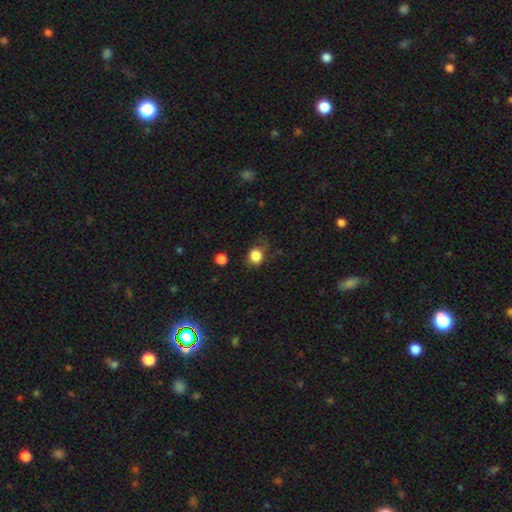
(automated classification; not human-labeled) The model was most divided on "merging": none: 60%, minor disturbance: 26%, major disturbance: 11%, merger: 3%. More confident: smooth or featured — smooth (85%); how rounded — round (69%).